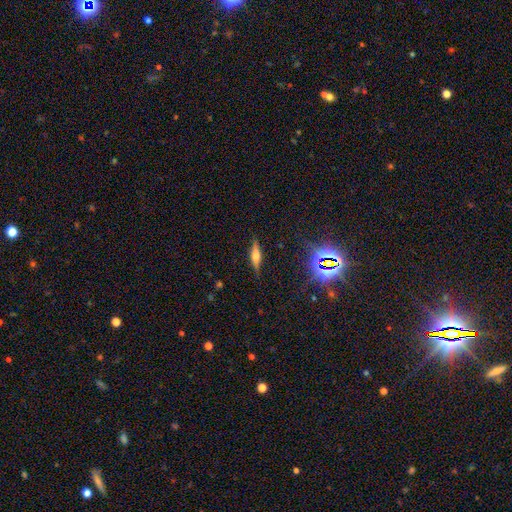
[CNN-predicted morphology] A featured or disk galaxy (54%) viewed edge-on (95%) with a rounded central bulge (77%).

Vote fractions:
- Smooth or featured? featured or disk: 54% / smooth: 34% / star or artifact: 12%
- Edge-on disk? yes: 95% / no: 5%
- Edge-on bulge? rounded: 77% / boxy: 18% / none: 4%
- Merging? none: 85% / minor disturbance: 11% / major disturbance: 3% / merger: 1%